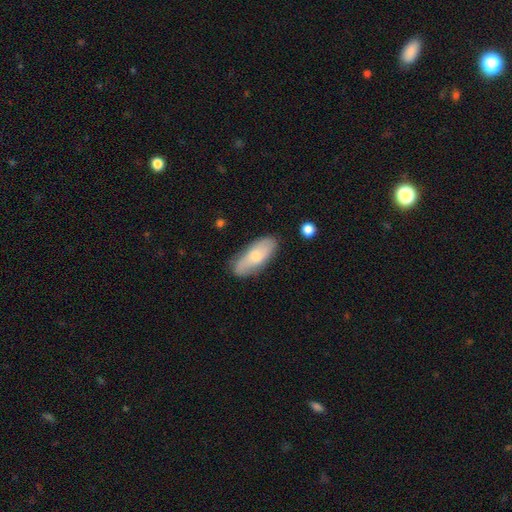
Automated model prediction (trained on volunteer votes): smooth_or_featured: smooth (p=0.60) [alt: featured or disk p=0.34]
how_rounded: in between (p=0.79) [alt: cigar-shaped p=0.18]
merging: none (p=0.77) [alt: minor disturbance p=0.17]